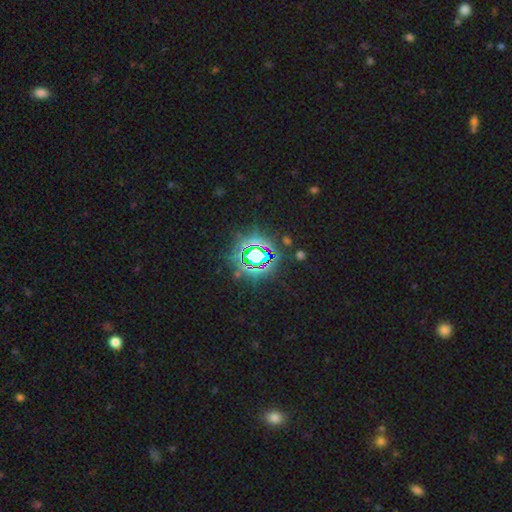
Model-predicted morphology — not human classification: star or artifact 77%, smooth 13%, featured or disk 10%.